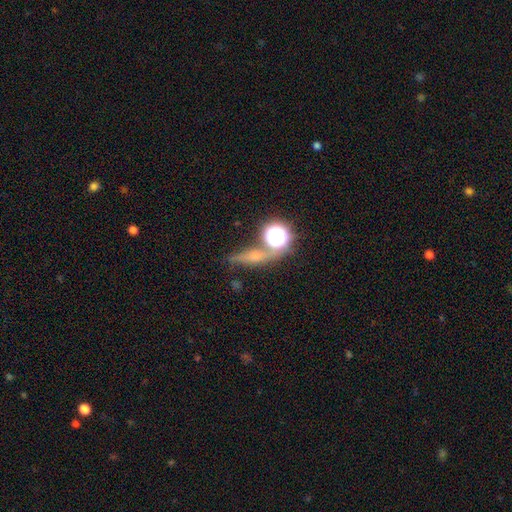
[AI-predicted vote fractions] smooth-or-featured: smooth: 38% | featured or disk: 35% | star or artifact: 27%
  merging: none: 67% | minor disturbance: 14% | merger: 12% | major disturbance: 7%